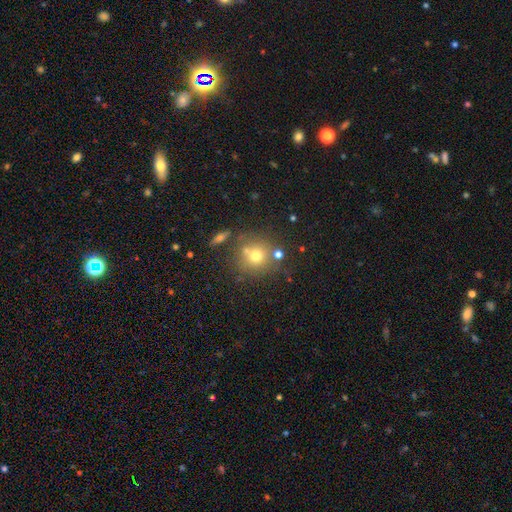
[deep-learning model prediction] A smooth galaxy with no disk features (69%) that is round (89%).

Vote fractions:
- Smooth or featured? smooth: 69% / star or artifact: 16% / featured or disk: 15%
- How rounded? round: 89% / in between: 10% / cigar-shaped: 1%
- Merging? none: 68% / merger: 16% / minor disturbance: 11% / major disturbance: 4%